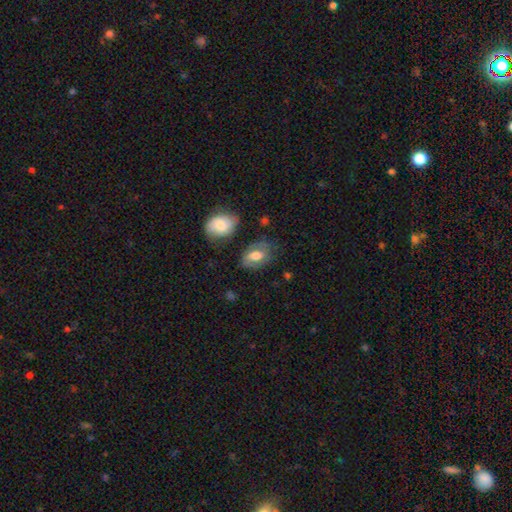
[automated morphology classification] This appears to be a smooth galaxy with no disk features (56%) that is in between round and cigar-shaped (86%). Merging: none (65%).